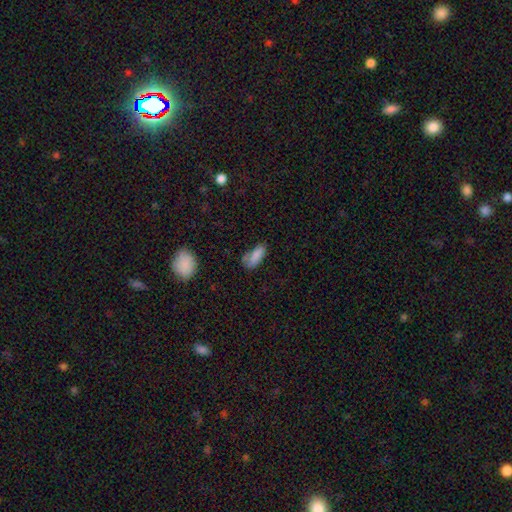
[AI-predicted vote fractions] smooth 83%, star or artifact 9%, featured or disk 8%. Down the decision tree: how rounded — in between (81%); merging — none (51%).